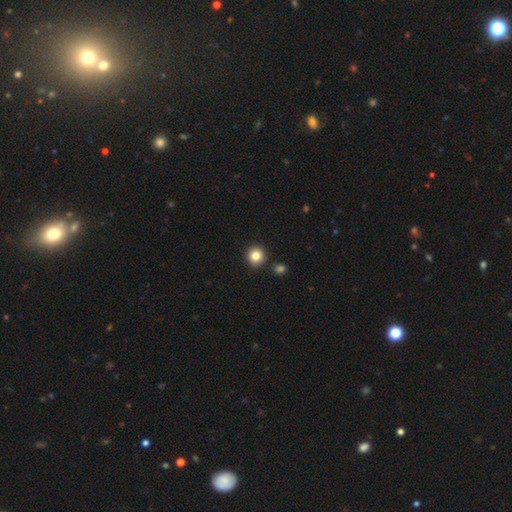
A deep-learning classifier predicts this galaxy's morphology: Smooth or featured? smooth (85%)
How rounded? round (92%)
Merging? none (88%)